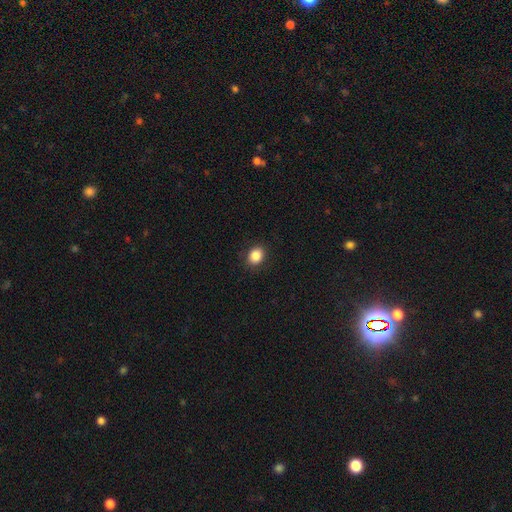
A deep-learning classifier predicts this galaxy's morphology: type=smooth (87%); roundness=round (57%); merging=none (88%).